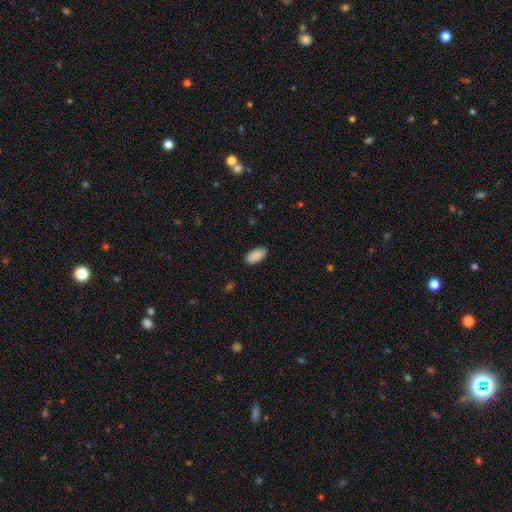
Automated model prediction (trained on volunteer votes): A smooth galaxy with no disk features (90%) that is in between round and cigar-shaped (94%). Merging: none (87%).